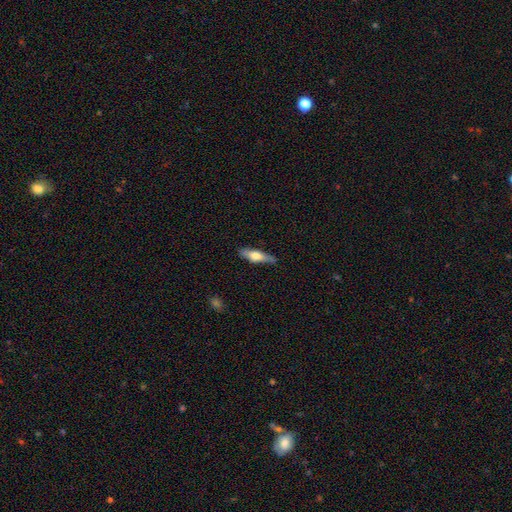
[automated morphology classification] A smooth galaxy with no disk features (55%) that is cigar-shaped (61%). Merging: none (76%).